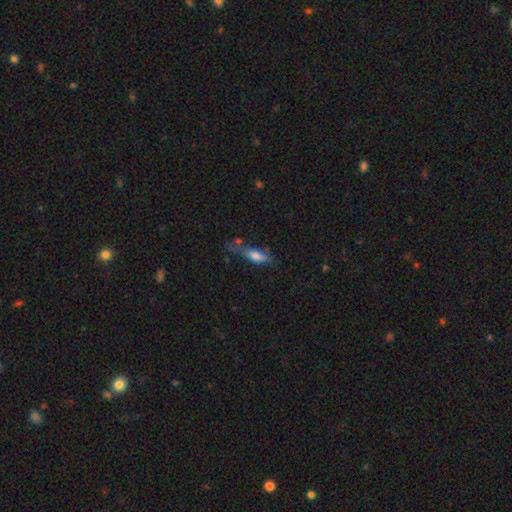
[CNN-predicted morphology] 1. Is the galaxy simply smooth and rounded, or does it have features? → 65% smooth, 26% featured or disk, 9% star or artifact.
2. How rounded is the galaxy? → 49% in between, 48% cigar-shaped, 3% round.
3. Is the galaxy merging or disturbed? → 43% none, 28% minor disturbance, 18% major disturbance, 11% merger.